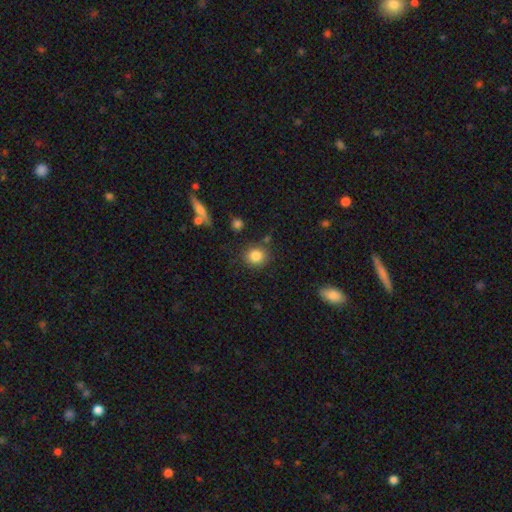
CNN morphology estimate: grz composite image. It shows a smooth galaxy with no disk features (84%) that is round (84%). Merging: none (82%).